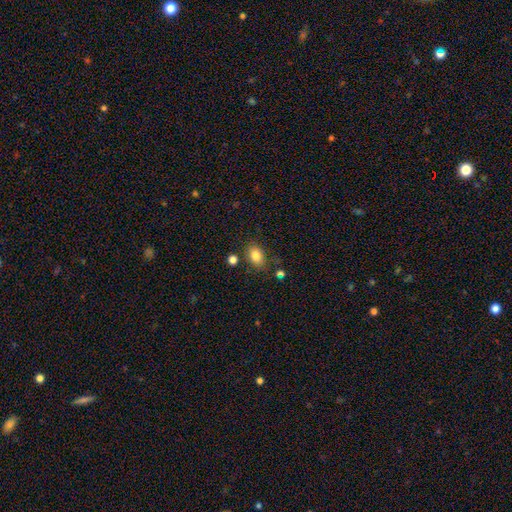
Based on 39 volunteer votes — Smooth or featured? smooth (82%)
How rounded? in between (75%)
Merging? none (92%)